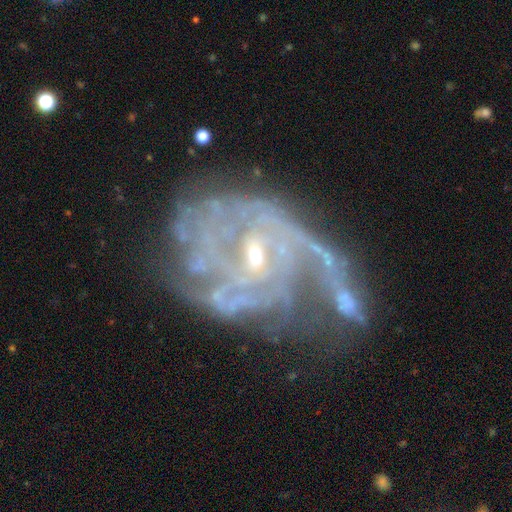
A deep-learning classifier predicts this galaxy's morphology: A featured or disk galaxy (84%) with no bar (45%), tight (49%) spiral arms (86%) and a small central bulge (66%).

Vote fractions:
- Smooth or featured? featured or disk: 84% / star or artifact: 8% / smooth: 8%
- Edge-on disk? no: 97% / yes: 3%
- Bar? no: 45% / weak: 41% / strong: 14%
- Spiral arms? yes: 86% / no: 14%
- Spiral winding? tight: 49% / medium: 32% / loose: 18%
- Spiral arm count? can't tell: 36% / 2: 23% / 3: 15% / 1: 10% / 4: 9% / more than 4: 8%
- Bulge size? small: 66% / moderate: 26% / none: 5% / large: 2% / dominant: 1%
- Merging? major disturbance: 35% / none: 31% / minor disturbance: 20% / merger: 14%